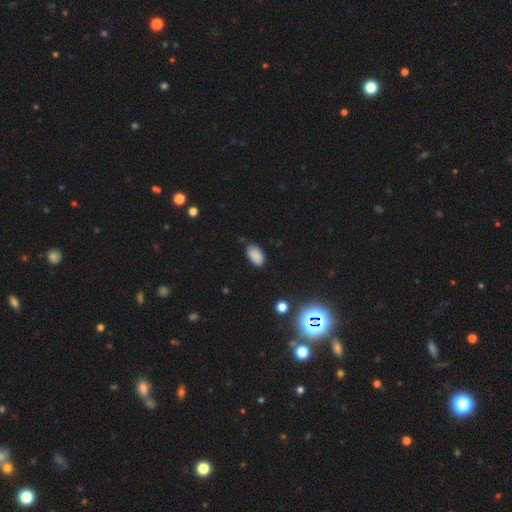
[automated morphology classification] Smooth or featured?
  - smooth: 86% *
  - star or artifact: 10%
  - featured or disk: 4%
How rounded?
  - in between: 94% *
  - round: 5%
  - cigar-shaped: 2%
Merging?
  - none: 80% *
  - minor disturbance: 16%
  - major disturbance: 3%
  - merger: 2%